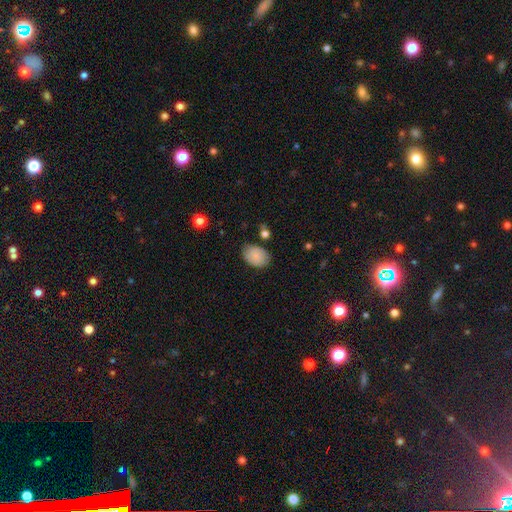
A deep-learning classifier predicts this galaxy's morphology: A smooth galaxy with no disk features (82%) that is in between round and cigar-shaped (81%). Merging: none (77%).